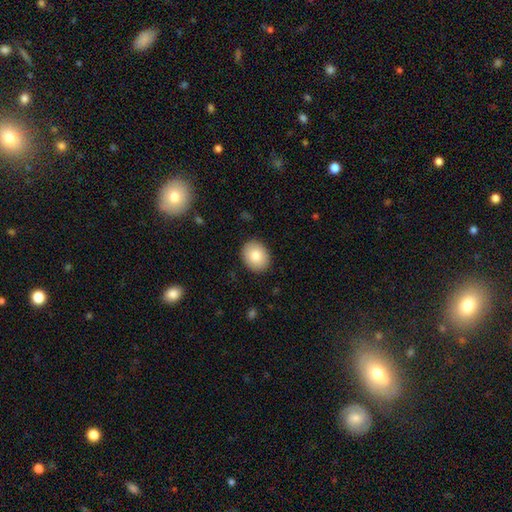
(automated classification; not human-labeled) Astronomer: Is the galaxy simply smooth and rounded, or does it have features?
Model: smooth — 83%.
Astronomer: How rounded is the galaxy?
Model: in between — 52% (runner-up: round, 48%).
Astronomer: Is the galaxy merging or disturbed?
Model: none — 89%.